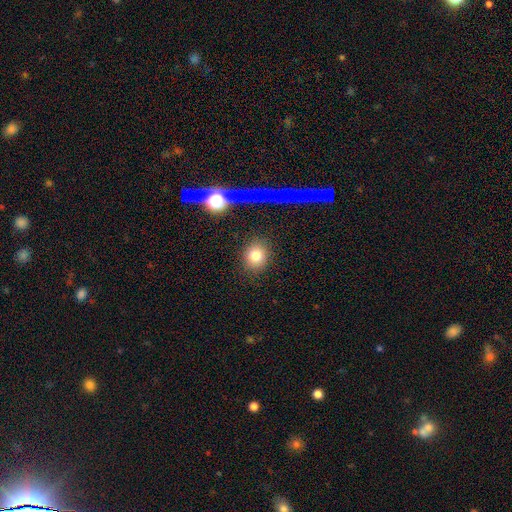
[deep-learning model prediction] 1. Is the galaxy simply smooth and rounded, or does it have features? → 80% smooth, 11% star or artifact, 8% featured or disk.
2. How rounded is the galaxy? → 75% round, 24% in between, 2% cigar-shaped.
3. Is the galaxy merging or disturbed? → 86% none, 8% minor disturbance, 3% major disturbance, 3% merger.